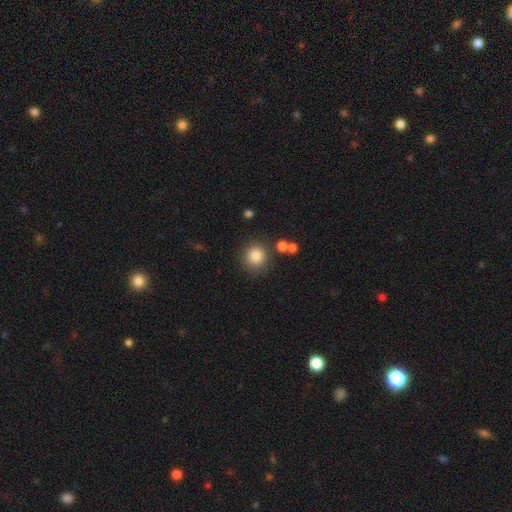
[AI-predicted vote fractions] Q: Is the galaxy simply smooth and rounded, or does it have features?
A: smooth — 84%.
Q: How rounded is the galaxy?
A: round — 92%.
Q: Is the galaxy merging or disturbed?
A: none — 82%.